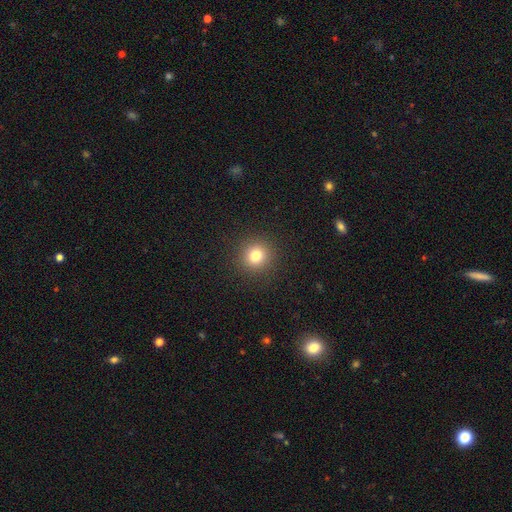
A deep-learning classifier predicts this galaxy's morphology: Smooth or featured? Predicted: smooth (p=0.79). How rounded? Predicted: round (p=0.92). Merging? Predicted: none (p=0.91).